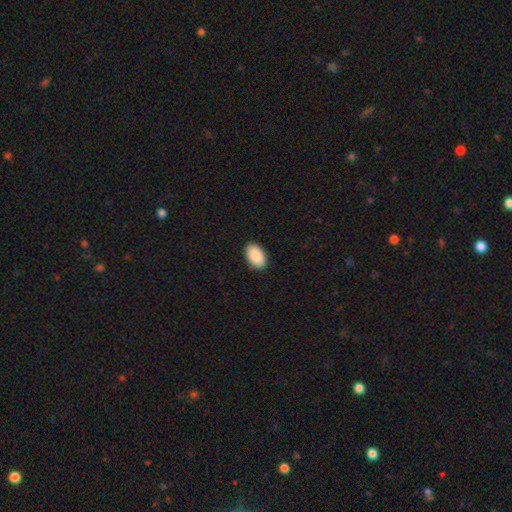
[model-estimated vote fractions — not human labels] Q: Smooth or featured?
A: smooth (91%); runner-up: star or artifact (6%)
Q: How rounded?
A: in between (94%); runner-up: round (5%)
Q: Merging?
A: none (90%); runner-up: minor disturbance (7%)